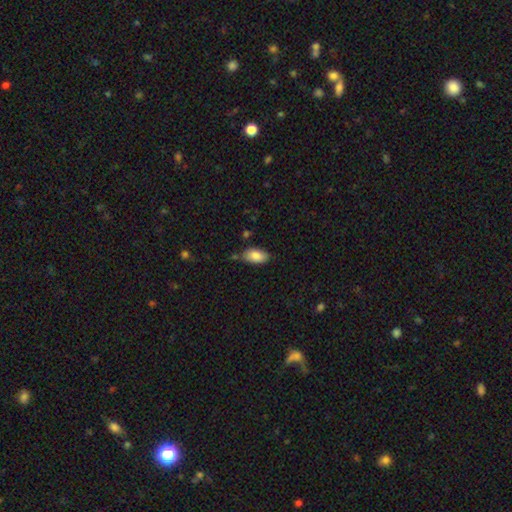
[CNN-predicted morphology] smooth 85%, featured or disk 8%, star or artifact 7%. Down the decision tree: how rounded — in between (93%); merging — none (65%).